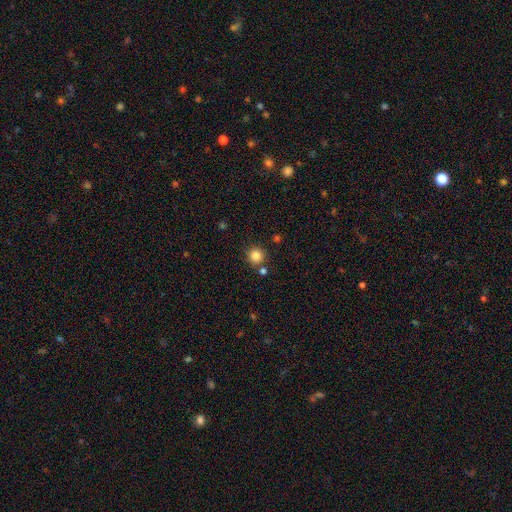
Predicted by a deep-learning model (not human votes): This is clearly a smooth galaxy (84%). How rounded: clearly round (94%). Merging: clearly none (82%).